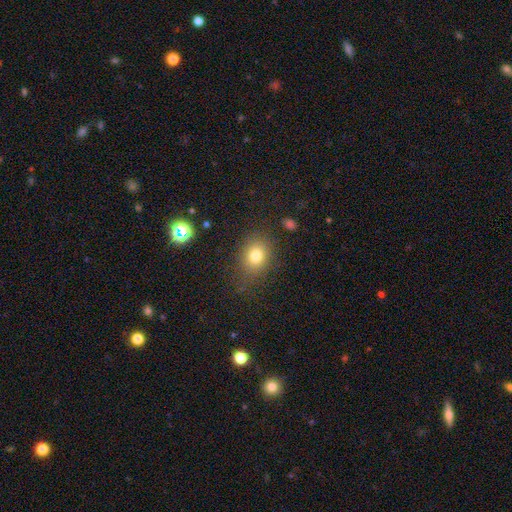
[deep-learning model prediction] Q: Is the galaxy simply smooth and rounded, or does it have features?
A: smooth — 78%.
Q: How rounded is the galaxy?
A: round — 52%.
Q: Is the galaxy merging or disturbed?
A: none — 76%.